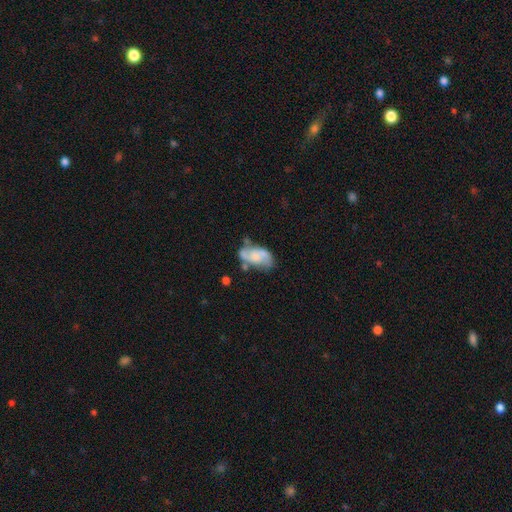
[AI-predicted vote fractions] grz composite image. It shows a featured or disk galaxy (62%) with no bar (66%), spiral arms (79%) and a small central bulge (42%). Merging: none (45%).